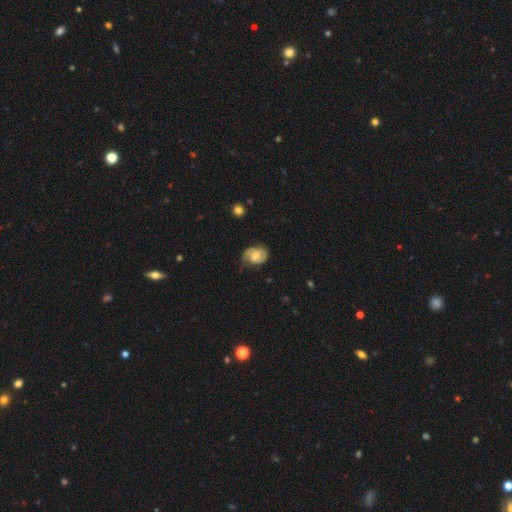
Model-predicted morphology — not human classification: The model was most divided on "bar" (2-way tie): weak: 45%, no: 45%, strong: 10%. More confident: edge-on disk — no (97%); spiral arms — yes (88%); merging — none (66%); bulge size — moderate (59%); smooth or featured — featured or disk (57%).